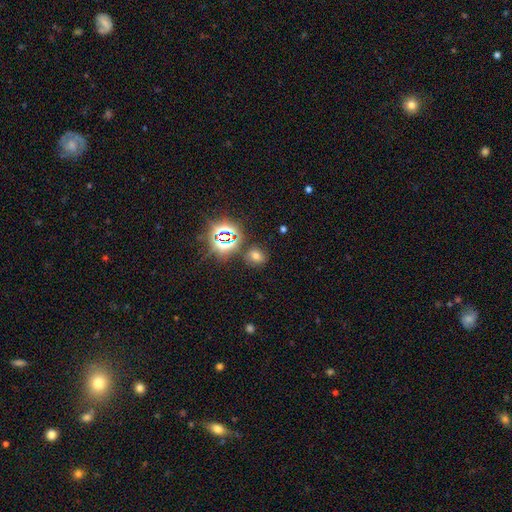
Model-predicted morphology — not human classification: smooth_or_featured: smooth (p=0.57) [alt: star or artifact p=0.34]
how_rounded: round (p=0.64) [alt: in between p=0.35]
merging: none (p=0.82) [alt: minor disturbance p=0.10]